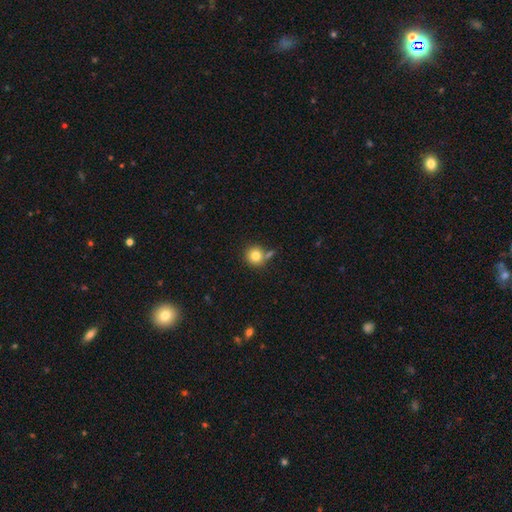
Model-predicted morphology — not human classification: A smooth galaxy with no disk features (81%) that is round (92%).

Vote fractions:
- Smooth or featured? smooth: 81% / star or artifact: 10% / featured or disk: 9%
- How rounded? round: 92% / in between: 7% / cigar-shaped: 1%
- Merging? none: 66% / merger: 17% / minor disturbance: 12% / major disturbance: 4%